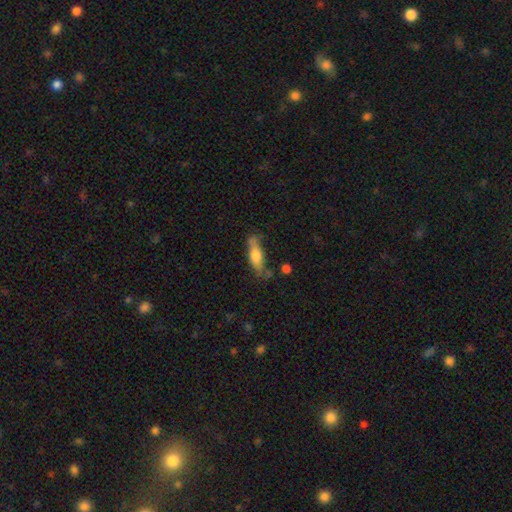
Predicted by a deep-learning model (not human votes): smooth_or_featured: smooth (p=0.61) [alt: featured or disk p=0.32]
how_rounded: cigar-shaped (p=0.53) [alt: in between p=0.45]
merging: none (p=0.58) [alt: minor disturbance p=0.25]